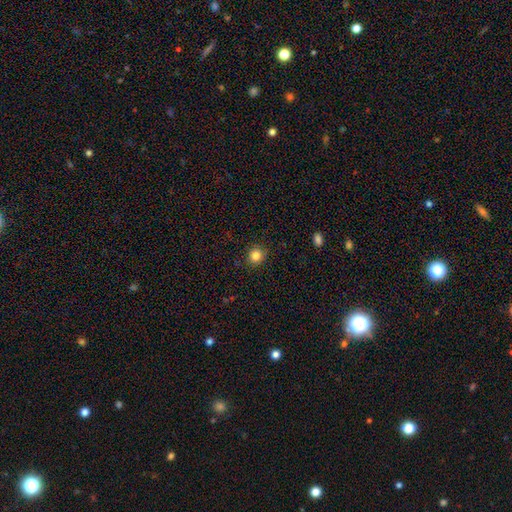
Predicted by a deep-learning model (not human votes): This appears to be a smooth galaxy with no disk features (85%) that is round (85%). Merging: none (88%).